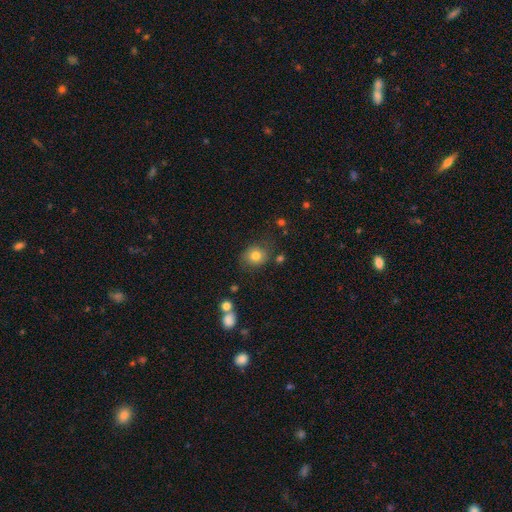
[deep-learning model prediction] This is likely a smooth galaxy (79%). How rounded: likely round (72%). Merging: likely none (76%).